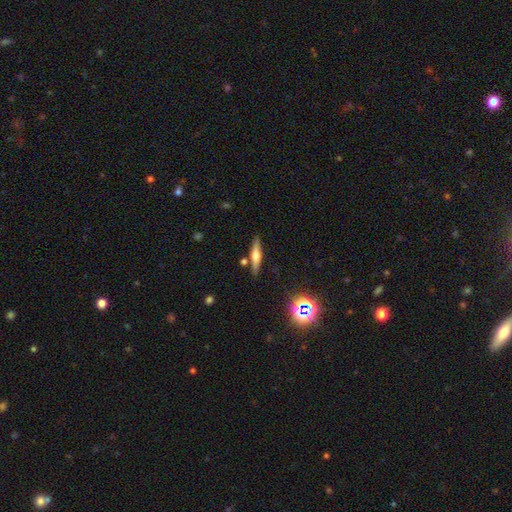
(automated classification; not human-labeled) This is possibly a featured or disk galaxy (46%). Merging: clearly none (83%).